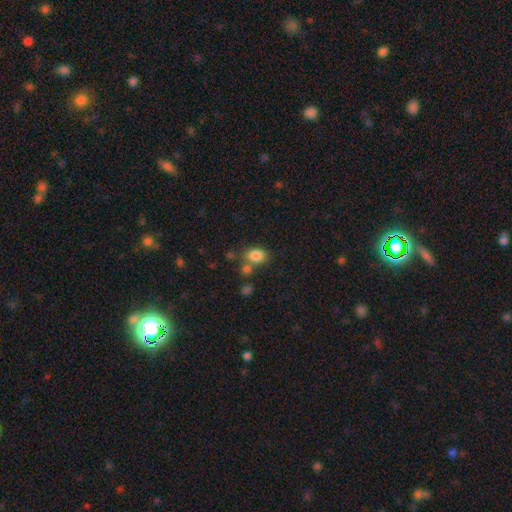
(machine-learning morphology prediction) Smooth or featured?
  - smooth: 83% *
  - star or artifact: 10%
  - featured or disk: 7%
How rounded?
  - in between: 69% *
  - round: 29%
  - cigar-shaped: 1%
Merging?
  - none: 61% *
  - merger: 19%
  - minor disturbance: 14%
  - major disturbance: 5%